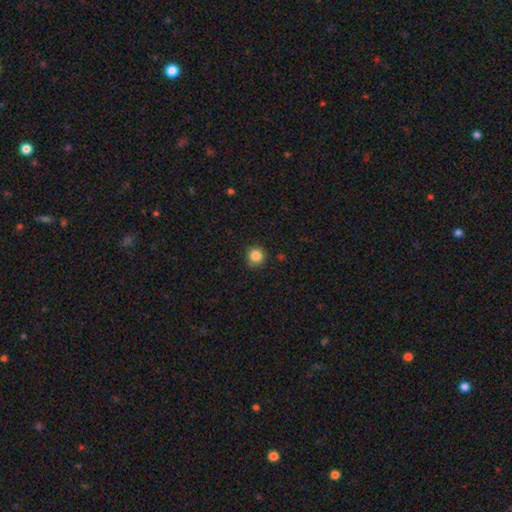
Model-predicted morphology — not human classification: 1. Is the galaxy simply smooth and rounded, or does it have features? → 86% smooth, 11% star or artifact, 4% featured or disk.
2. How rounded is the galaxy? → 93% round, 6% in between, 1% cigar-shaped.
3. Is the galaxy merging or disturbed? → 87% none, 10% minor disturbance, 2% major disturbance, 1% merger.